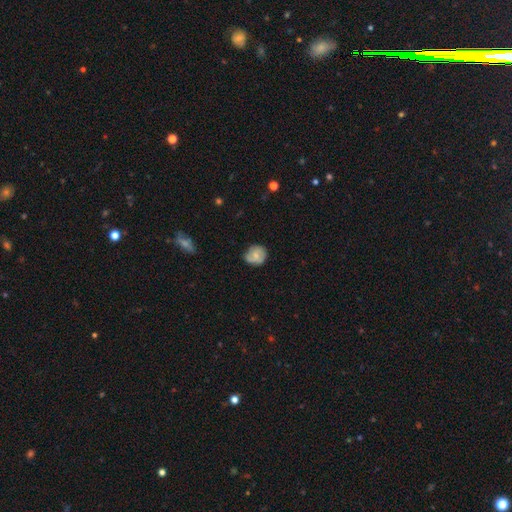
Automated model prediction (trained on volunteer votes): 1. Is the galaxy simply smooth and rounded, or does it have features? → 52% smooth, 40% featured or disk, 7% star or artifact.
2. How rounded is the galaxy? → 78% round, 21% in between, 1% cigar-shaped.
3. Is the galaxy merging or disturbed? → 69% none, 24% minor disturbance, 5% major disturbance, 2% merger.